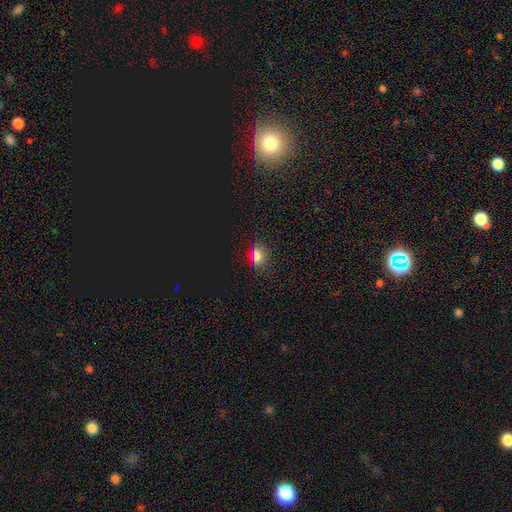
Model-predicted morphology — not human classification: The model was most divided on "how rounded": in between: 50%, round: 47%, cigar-shaped: 4%. More confident: merging — none (88%); smooth or featured — smooth (62%).